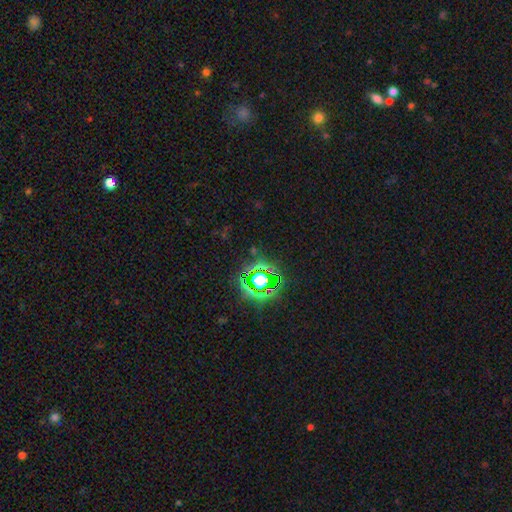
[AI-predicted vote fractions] smooth-or-featured: star or artifact: 77% | smooth: 14% | featured or disk: 8%